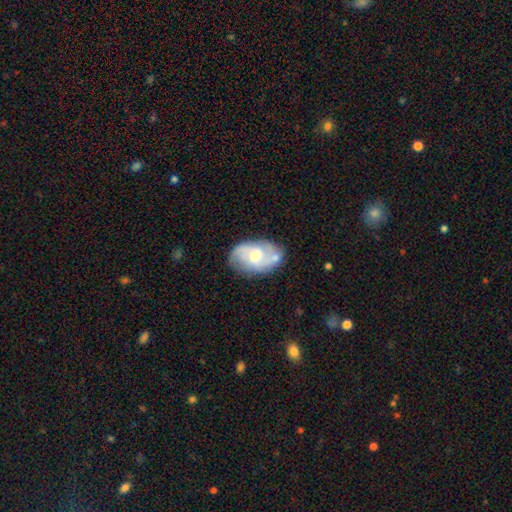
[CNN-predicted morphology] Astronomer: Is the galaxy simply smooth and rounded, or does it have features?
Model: featured or disk — 68%.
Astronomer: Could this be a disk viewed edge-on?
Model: no — 97%.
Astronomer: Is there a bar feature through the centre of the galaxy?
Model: no — 47% (runner-up: weak, 46%).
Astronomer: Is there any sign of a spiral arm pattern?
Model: yes — 87%.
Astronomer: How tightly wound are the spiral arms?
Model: medium — 48% (runner-up: loose, 30%).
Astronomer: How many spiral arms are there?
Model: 2 — 69%.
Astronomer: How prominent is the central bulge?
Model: moderate — 53% (runner-up: small, 38%).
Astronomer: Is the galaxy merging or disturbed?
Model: none — 61%.